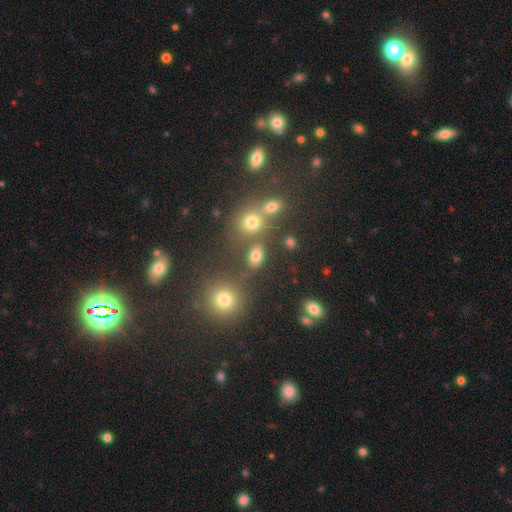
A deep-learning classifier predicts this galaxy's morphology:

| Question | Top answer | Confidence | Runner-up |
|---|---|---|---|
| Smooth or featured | smooth | 75% | star or artifact (16%) |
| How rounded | in between | 68% | round (30%) |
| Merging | none | 66% | merger (16%) |